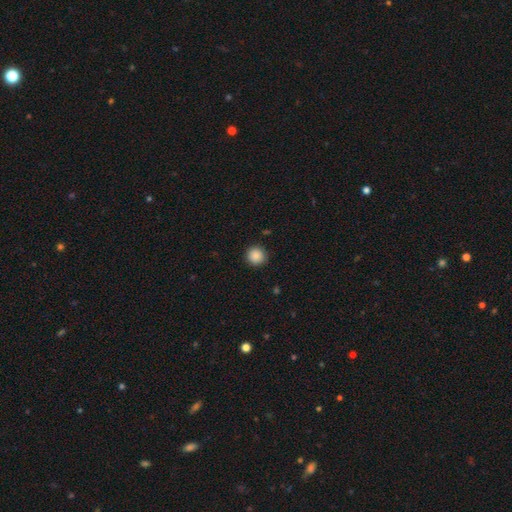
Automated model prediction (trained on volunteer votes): A smooth galaxy with no disk features (88%) that is round (94%).

Vote fractions:
- Smooth or featured? smooth: 88% / star or artifact: 9% / featured or disk: 3%
- How rounded? round: 94% / in between: 5% / cigar-shaped: 1%
- Merging? none: 91% / minor disturbance: 6% / major disturbance: 2% / merger: 1%